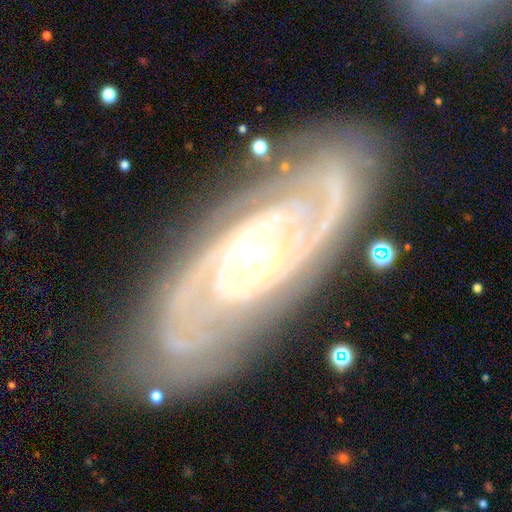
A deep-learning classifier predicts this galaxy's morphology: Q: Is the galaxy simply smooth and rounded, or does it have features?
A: featured or disk — 90%.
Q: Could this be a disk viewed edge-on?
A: no — 92%.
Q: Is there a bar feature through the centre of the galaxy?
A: no — 47%.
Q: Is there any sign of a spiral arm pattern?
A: yes — 97%.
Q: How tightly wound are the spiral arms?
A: tight — 64%.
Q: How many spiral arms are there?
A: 2 — 60%.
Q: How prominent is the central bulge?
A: moderate — 60%.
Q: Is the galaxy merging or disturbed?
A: none — 79%.